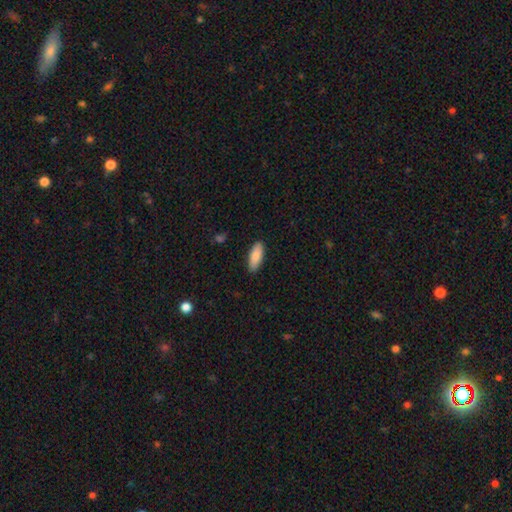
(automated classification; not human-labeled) smooth 87%, featured or disk 7%, star or artifact 6%. Down the decision tree: how rounded — in between (73%); merging — none (88%).